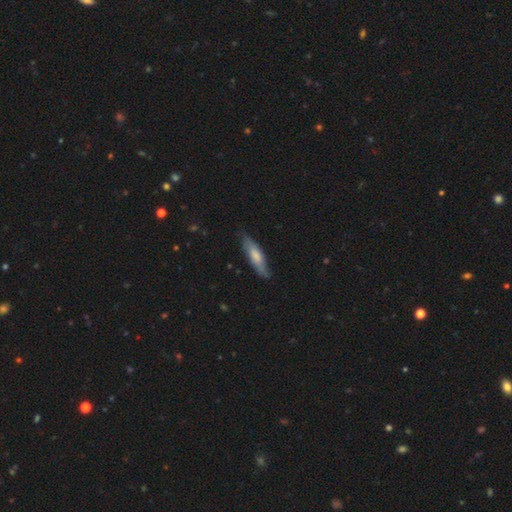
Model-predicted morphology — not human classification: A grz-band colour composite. It shows a smooth galaxy with no disk features (61%) that is cigar-shaped (64%). Merging: none (75%).